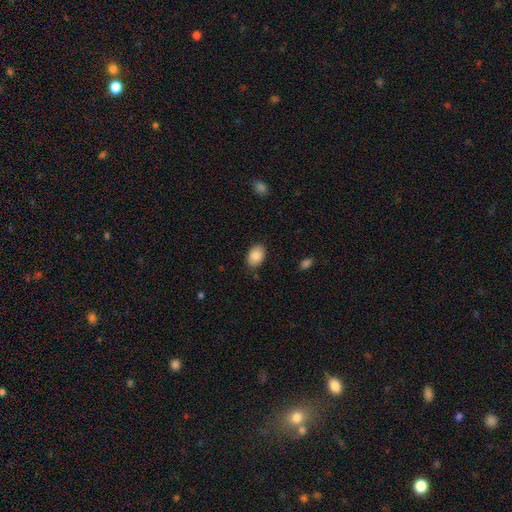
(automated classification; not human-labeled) Smooth or featured: smooth — 87% (star or artifact — 7%)
How rounded: in between — 86% (round — 13%)
Merging: none — 84% (minor disturbance — 12%)